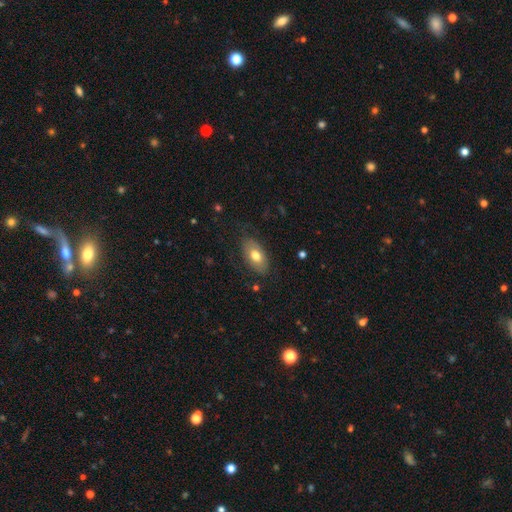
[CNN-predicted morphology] smooth_or_featured: smooth (p=0.70) [alt: featured or disk p=0.23]
how_rounded: in between (p=0.92) [alt: round p=0.05]
merging: none (p=0.78) [alt: minor disturbance p=0.16]